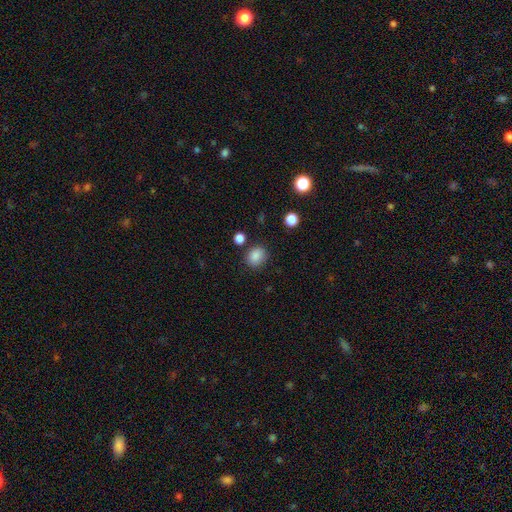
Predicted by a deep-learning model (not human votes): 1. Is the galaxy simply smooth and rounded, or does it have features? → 86% smooth, 10% star or artifact, 4% featured or disk.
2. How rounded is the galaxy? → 57% round, 42% in between, 1% cigar-shaped.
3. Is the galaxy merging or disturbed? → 81% none, 11% minor disturbance, 4% merger, 4% major disturbance.